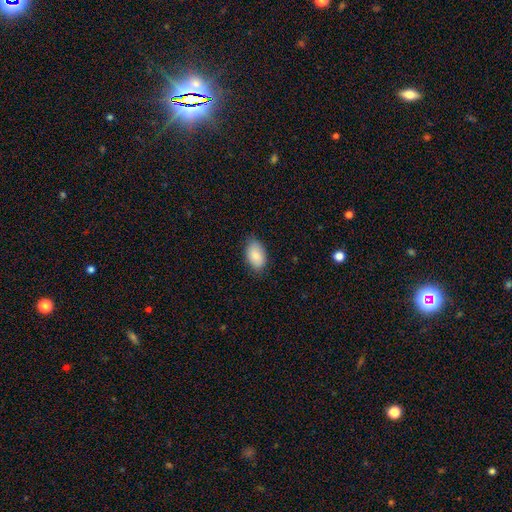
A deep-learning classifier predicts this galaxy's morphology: smooth_or_featured: smooth (p=0.87) [alt: star or artifact p=0.07]
how_rounded: in between (p=0.93) [alt: round p=0.06]
merging: none (p=0.81) [alt: minor disturbance p=0.15]